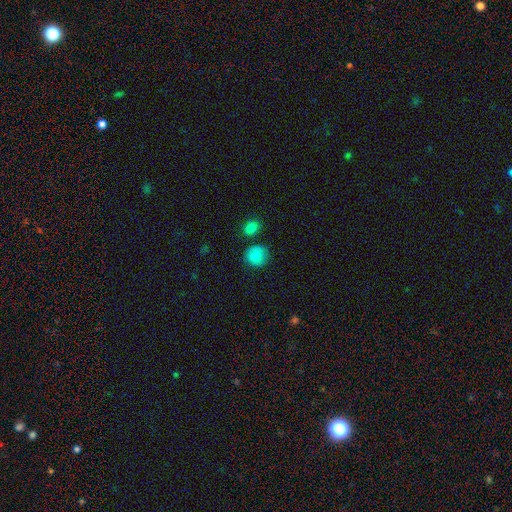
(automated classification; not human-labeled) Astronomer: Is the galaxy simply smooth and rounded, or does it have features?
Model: smooth — 86%.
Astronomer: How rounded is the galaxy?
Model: round — 85%.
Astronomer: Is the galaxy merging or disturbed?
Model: none — 74%.